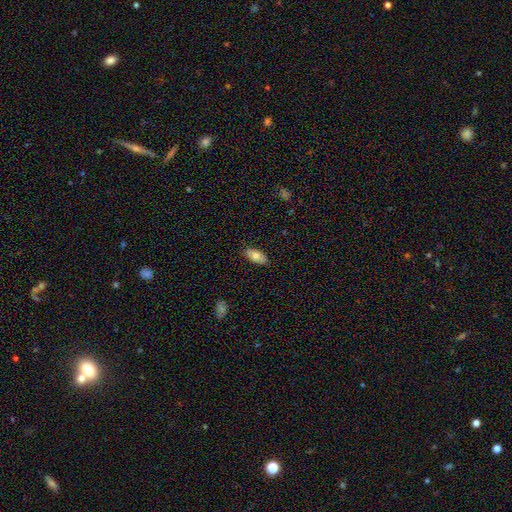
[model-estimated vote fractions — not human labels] smooth_or_featured: smooth (p=0.75) [alt: featured or disk p=0.19]
how_rounded: in between (p=0.93) [alt: cigar-shaped p=0.05]
merging: none (p=0.85) [alt: minor disturbance p=0.12]